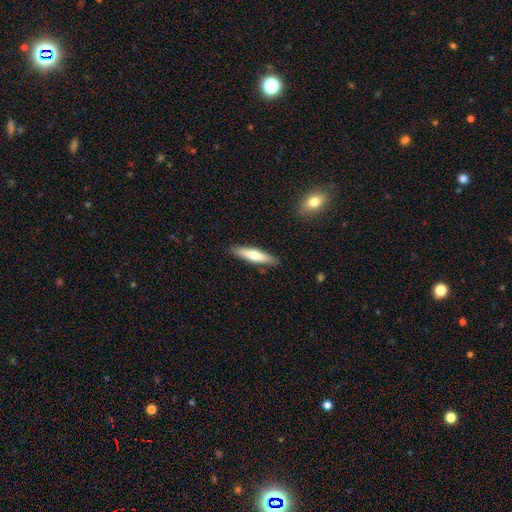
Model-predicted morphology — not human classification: Smooth or featured: smooth — 62% (featured or disk — 33%)
How rounded: cigar-shaped — 80% (in between — 19%)
Merging: none — 88% (minor disturbance — 9%)